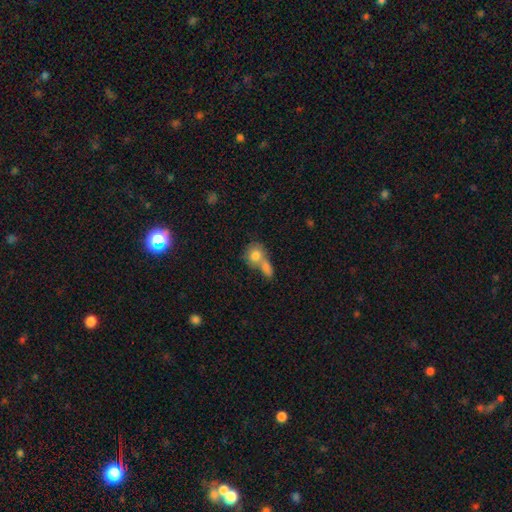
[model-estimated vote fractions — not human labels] Q: Smooth or featured?
A: smooth (78%); runner-up: featured or disk (14%)
Q: How rounded?
A: round (66%); runner-up: in between (32%)
Q: Merging?
A: merger (60%); runner-up: none (27%)